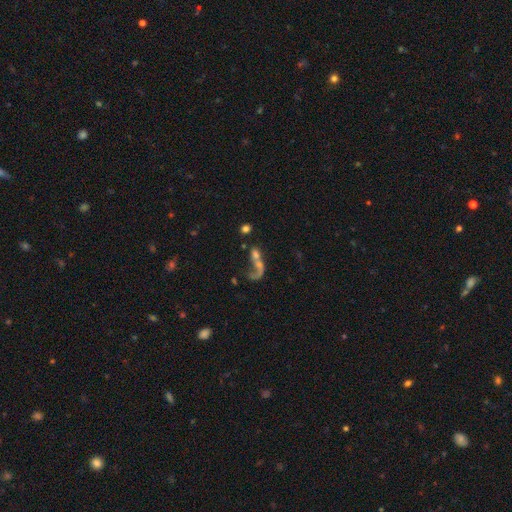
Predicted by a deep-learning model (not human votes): featured or disk 49%, smooth 36%, star or artifact 16%. Down the decision tree: merging — merger (46%).